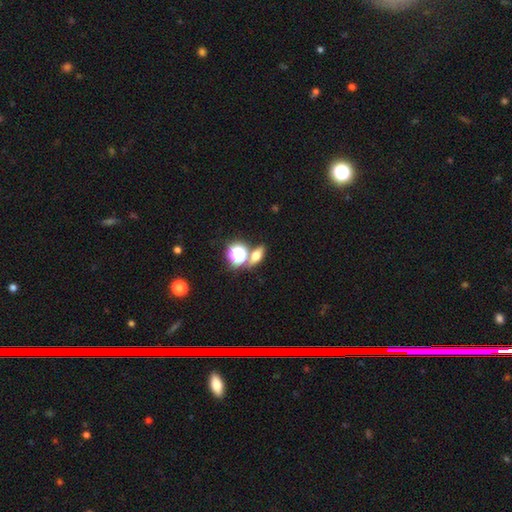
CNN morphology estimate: smooth-or-featured: smooth: 50% | featured or disk: 27% | star or artifact: 22%
  how-rounded: in between: 47% | round: 30% | cigar-shaped: 23%
  merging: none: 70% | merger: 17% | minor disturbance: 9% | major disturbance: 4%